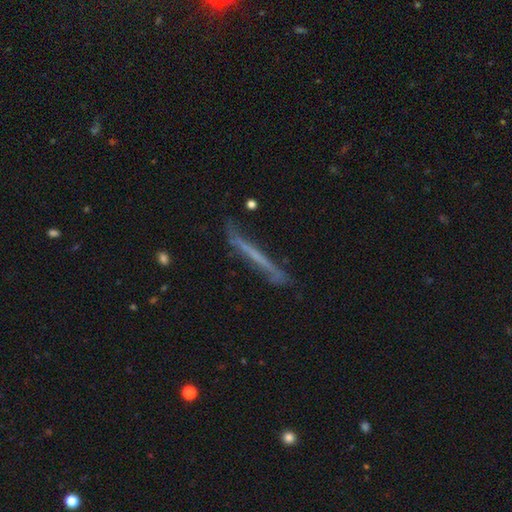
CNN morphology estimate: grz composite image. It shows a featured or disk galaxy (54%) viewed edge-on (89%). Merging: none (77%).